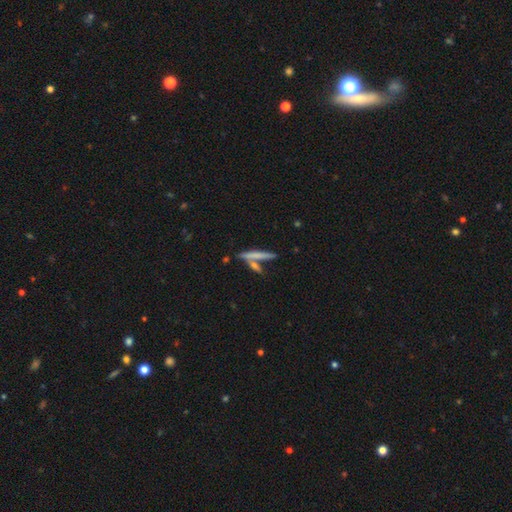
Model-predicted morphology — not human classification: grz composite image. It shows a smooth galaxy with no disk features (60%) that is cigar-shaped (90%). Merging: none (60%).